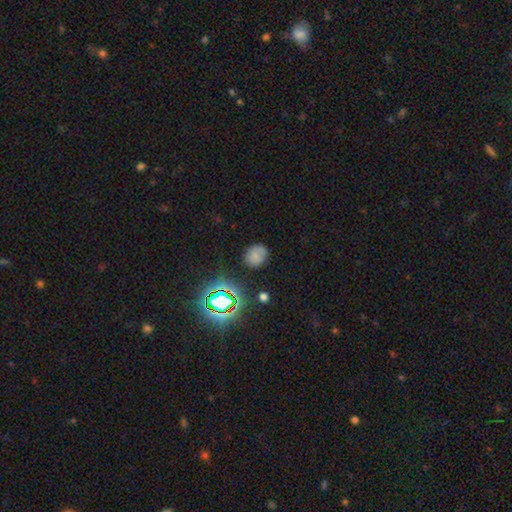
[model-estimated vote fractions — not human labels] smooth_or_featured: smooth (p=0.71) [alt: star or artifact p=0.20]
how_rounded: round (p=0.58) [alt: in between p=0.41]
merging: none (p=0.78) [alt: minor disturbance p=0.16]